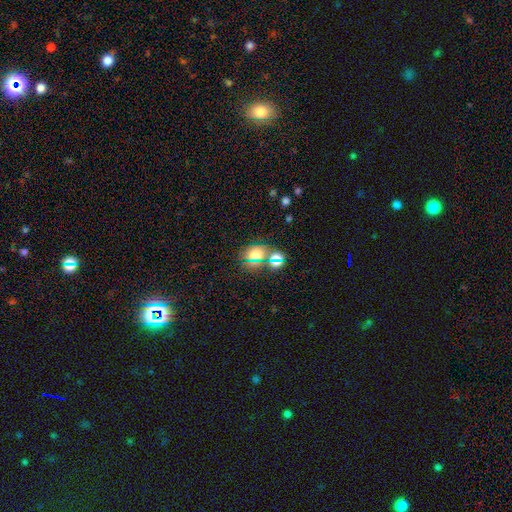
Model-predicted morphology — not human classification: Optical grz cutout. It shows a smooth galaxy with no disk features (52%) that is round (55%). Merging: none (67%).